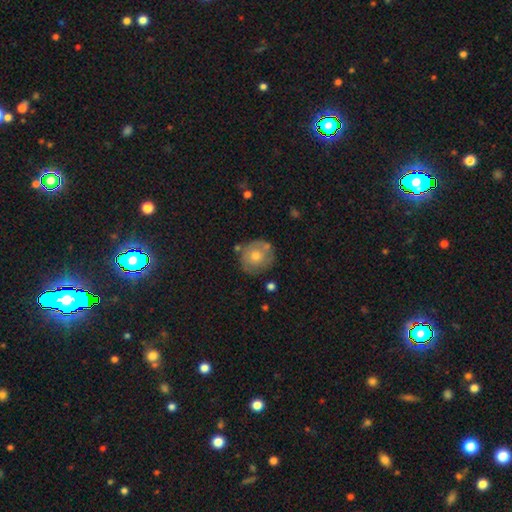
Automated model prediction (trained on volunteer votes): Smooth or featured: smooth — 51% (featured or disk — 39%)
How rounded: round — 89% (in between — 9%)
Merging: none — 75% (minor disturbance — 16%)